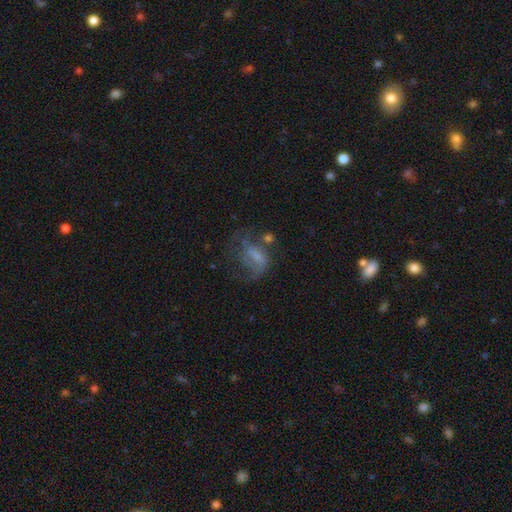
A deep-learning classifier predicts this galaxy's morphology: A featured or disk galaxy (52%). Merging: major disturbance (42%).